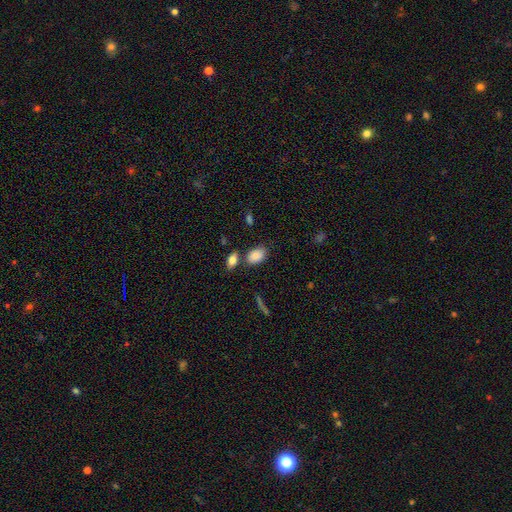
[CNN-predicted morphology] The model was most divided on "merging": none: 71%, minor disturbance: 13%, merger: 12%, major disturbance: 4%. More confident: how rounded — in between (88%); smooth or featured — smooth (86%).